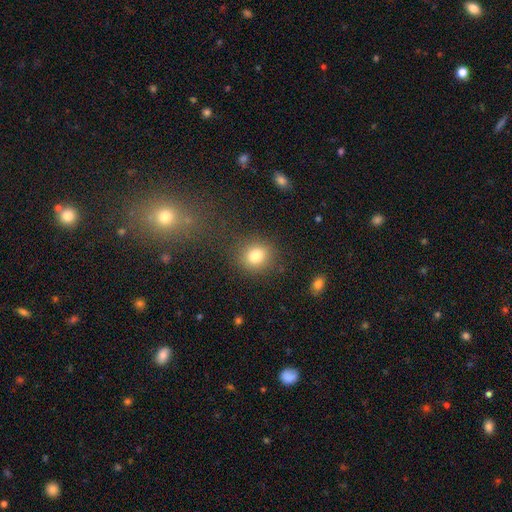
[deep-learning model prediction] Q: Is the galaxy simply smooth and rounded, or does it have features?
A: smooth — 80%.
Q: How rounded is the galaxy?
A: round — 76%.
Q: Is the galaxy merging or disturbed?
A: none — 83%.